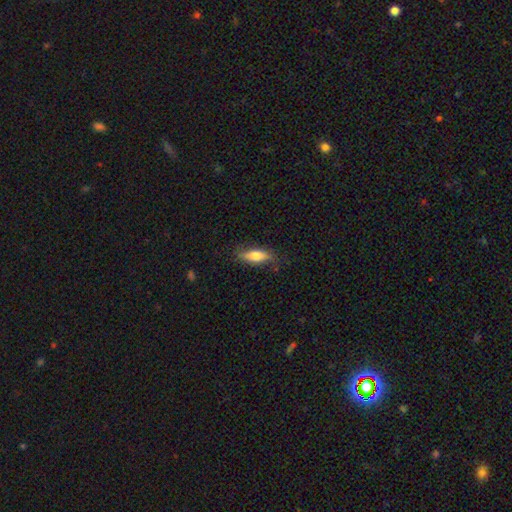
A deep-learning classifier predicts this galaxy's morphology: Smooth or featured? smooth (71%)
How rounded? in between (62%)
Merging? none (75%)